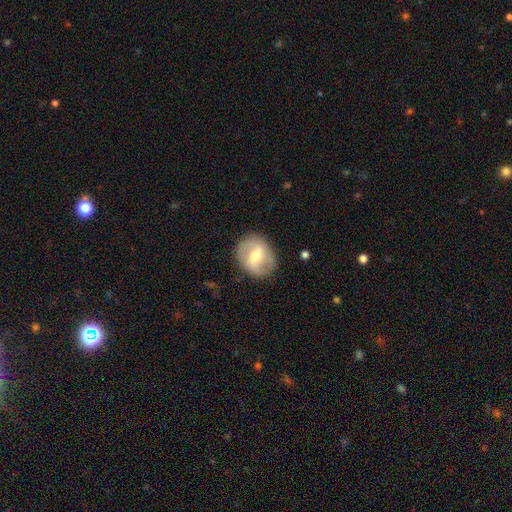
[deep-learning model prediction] This appears to be a featured or disk galaxy (57%) with a weak bar (45%), spiral arms (60%) and a moderate central bulge (64%). Merging: none (83%).